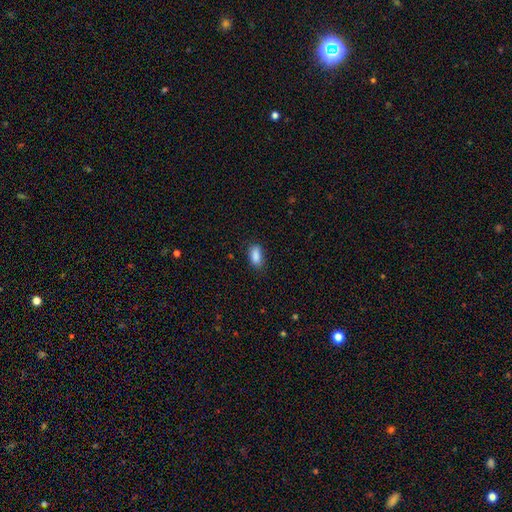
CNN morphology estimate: This appears to be a smooth galaxy with no disk features (87%) that is in between round and cigar-shaped (86%). Merging: none (76%).